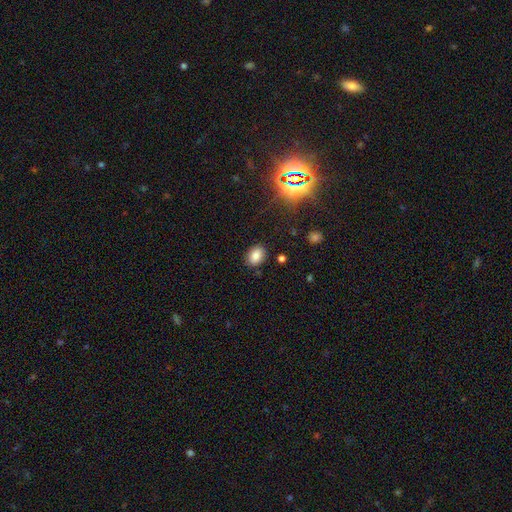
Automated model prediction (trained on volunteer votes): smooth-or-featured: smooth: 80% | star or artifact: 13% | featured or disk: 8%
  how-rounded: in between: 73% | round: 26% | cigar-shaped: 1%
  merging: none: 87% | minor disturbance: 9% | major disturbance: 2% | merger: 2%